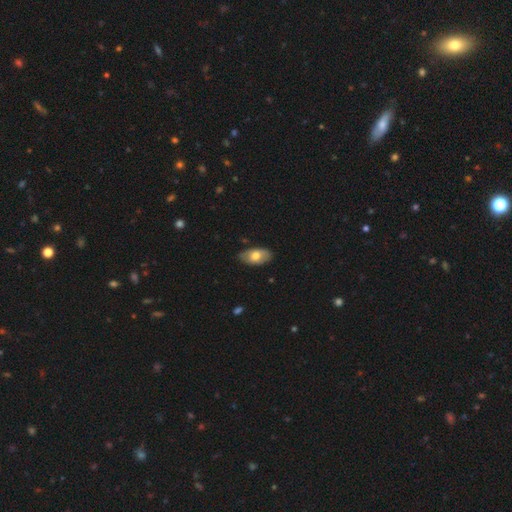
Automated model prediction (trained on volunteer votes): smooth_or_featured: smooth (p=0.64) [alt: featured or disk p=0.31]
how_rounded: in between (p=0.94) [alt: round p=0.04]
merging: none (p=0.83) [alt: minor disturbance p=0.14]